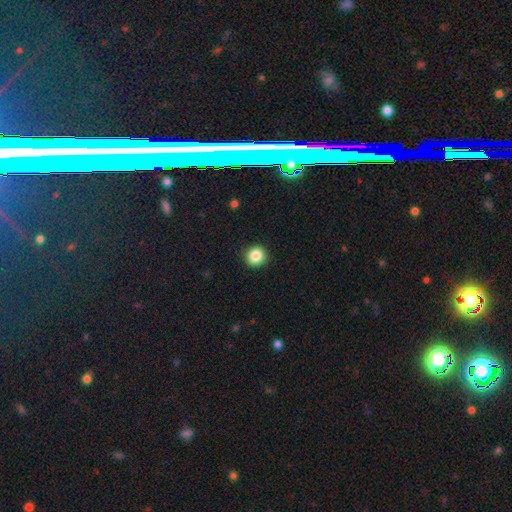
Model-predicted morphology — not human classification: A smooth galaxy with no disk features (86%) that is round (93%).

Vote fractions:
- Smooth or featured? smooth: 86% / star or artifact: 10% / featured or disk: 4%
- How rounded? round: 93% / in between: 6% / cigar-shaped: 1%
- Merging? none: 91% / minor disturbance: 6% / major disturbance: 2% / merger: 1%